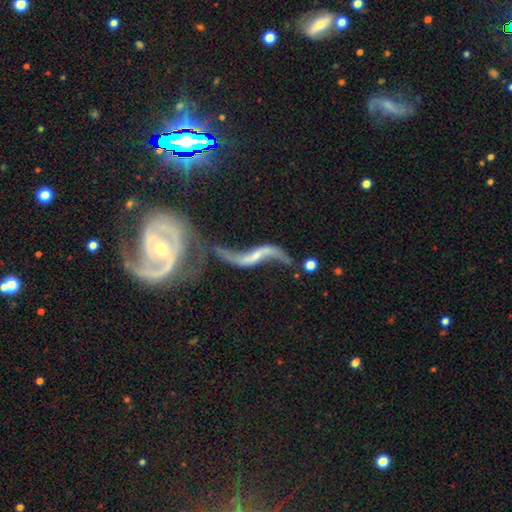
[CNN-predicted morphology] Smooth or featured?
  - featured or disk: 85% *
  - smooth: 8%
  - star or artifact: 7%
Edge-on disk?
  - no: 90% *
  - yes: 10%
Bar?
  - weak: 39% *
  - no: 33%
  - strong: 27%
Spiral arms?
  - yes: 90% *
  - no: 10%
Spiral winding?
  - loose: 92% *
  - medium: 5%
  - tight: 2%
Spiral arm count?
  - 2: 91% *
  - 1: 3%
  - can't tell: 2%
  - 3: 1%
  - 4: 1%
  - more than 4: 1%
Bulge size?
  - small: 50% *
  - moderate: 25%
  - none: 20%
  - large: 3%
  - dominant: 2%
Merging?
  - merger: 50% *
  - none: 23%
  - major disturbance: 15%
  - minor disturbance: 12%